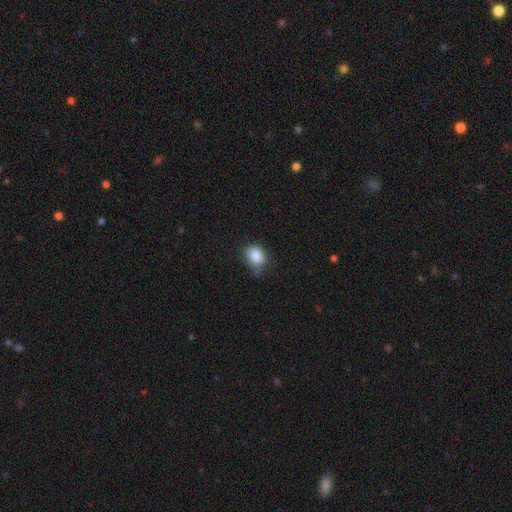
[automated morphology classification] smooth-or-featured: smooth: 85% | star or artifact: 9% | featured or disk: 6%
  how-rounded: in between: 57% | round: 42% | cigar-shaped: 1%
  merging: none: 55% | minor disturbance: 34% | major disturbance: 7% | merger: 4%